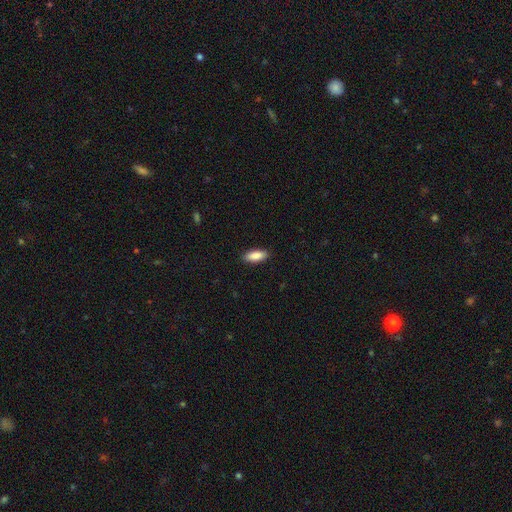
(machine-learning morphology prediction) smooth_or_featured: smooth (p=0.88) [alt: featured or disk p=0.06]
how_rounded: in between (p=0.77) [alt: cigar-shaped p=0.21]
merging: none (p=0.89) [alt: minor disturbance p=0.08]